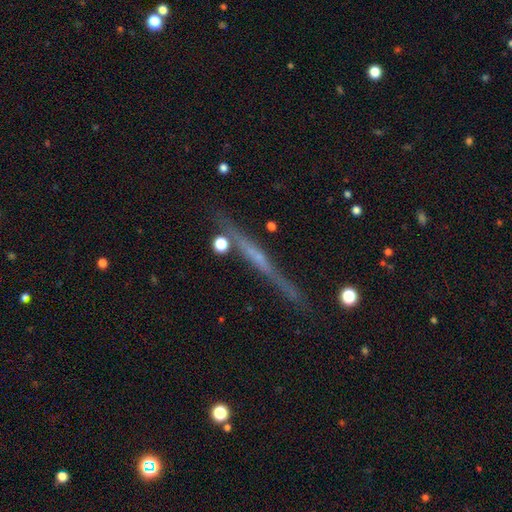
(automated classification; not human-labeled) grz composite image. It shows a featured or disk galaxy (66%) viewed edge-on (96%) with no central bulge (67%). Merging: none (82%).